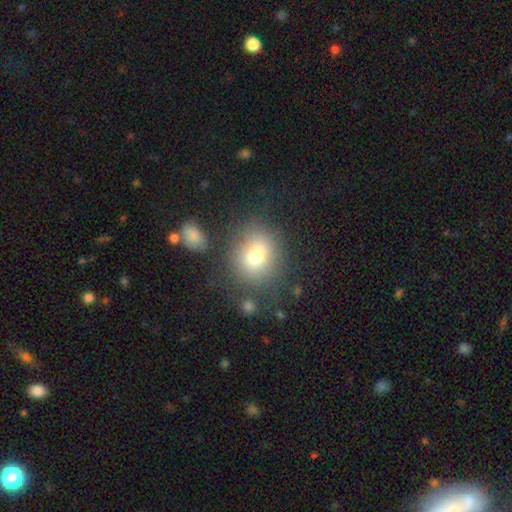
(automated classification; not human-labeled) Overall: smooth (73%). How rounded: round (66%; in between 33%). Merging: none (71%).